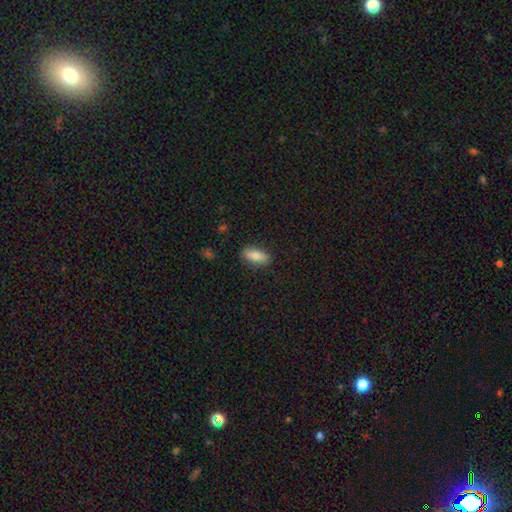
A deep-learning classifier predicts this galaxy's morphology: smooth_or_featured: smooth (p=0.84) [alt: featured or disk p=0.09]
how_rounded: in between (p=0.83) [alt: cigar-shaped p=0.14]
merging: none (p=0.86) [alt: minor disturbance p=0.11]